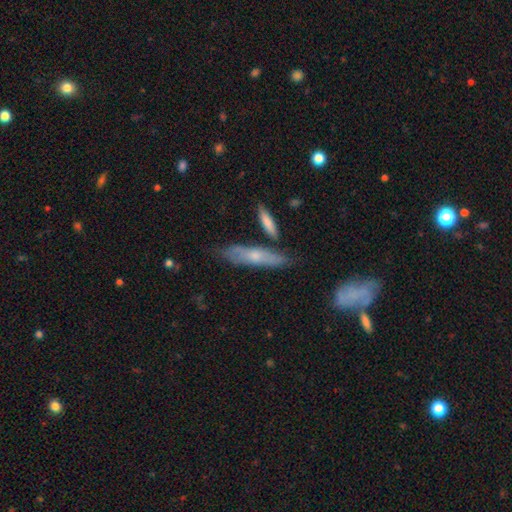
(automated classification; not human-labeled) Morphology: type=smooth (50%); merging=none (69%).